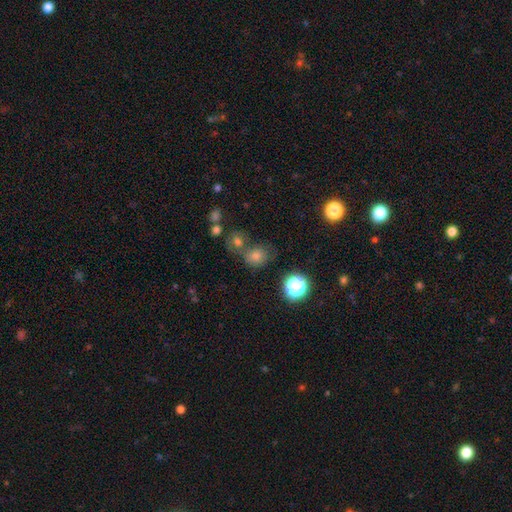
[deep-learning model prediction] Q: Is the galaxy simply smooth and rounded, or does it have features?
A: smooth — 64%.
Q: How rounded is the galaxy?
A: round — 73%.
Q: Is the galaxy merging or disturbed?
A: none — 56%.